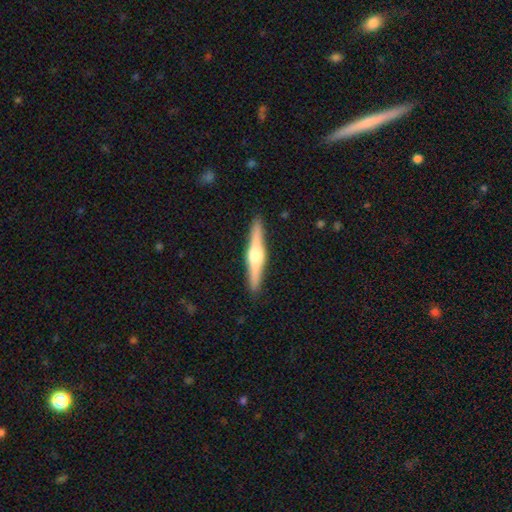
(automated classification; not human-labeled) A featured or disk galaxy (72%) viewed edge-on (98%) with a rounded central bulge (88%). Merging: none (91%).